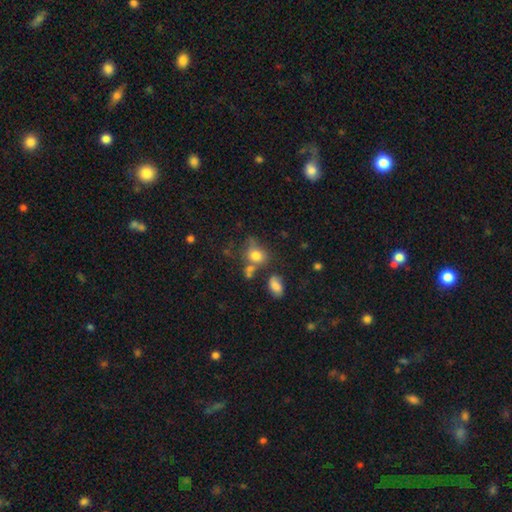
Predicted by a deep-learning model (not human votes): Q: Smooth or featured?
A: smooth (77%); runner-up: star or artifact (12%)
Q: How rounded?
A: round (57%); runner-up: in between (42%)
Q: Merging?
A: none (47%); runner-up: minor disturbance (23%)